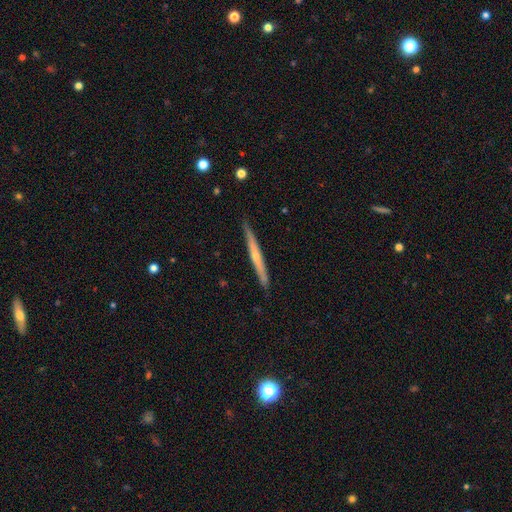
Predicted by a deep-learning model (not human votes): This is likely a featured or disk galaxy (65%). It is clearly viewed edge-on (97%). Edge-on bulge: possibly rounded (57%). Merging: clearly none (90%).